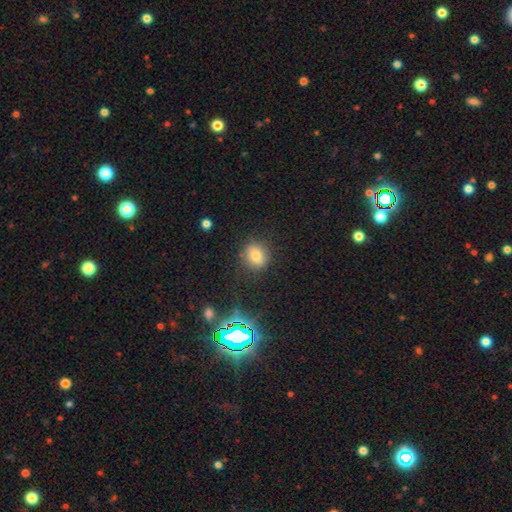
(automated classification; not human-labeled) Morphology: type=smooth (73%); roundness=round (65%); merging=none (85%).